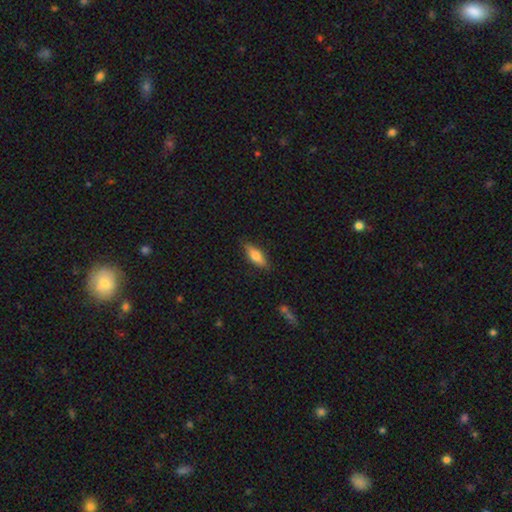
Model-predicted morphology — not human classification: smooth 69%, featured or disk 25%, star or artifact 7%. Down the decision tree: how rounded — in between (58%); merging — none (83%).